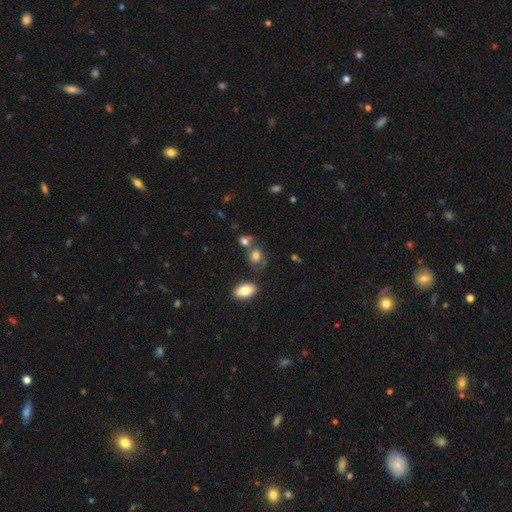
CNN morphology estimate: smooth 74%, featured or disk 14%, star or artifact 12%. Down the decision tree: how rounded — in between (62%); merging — none (50%).